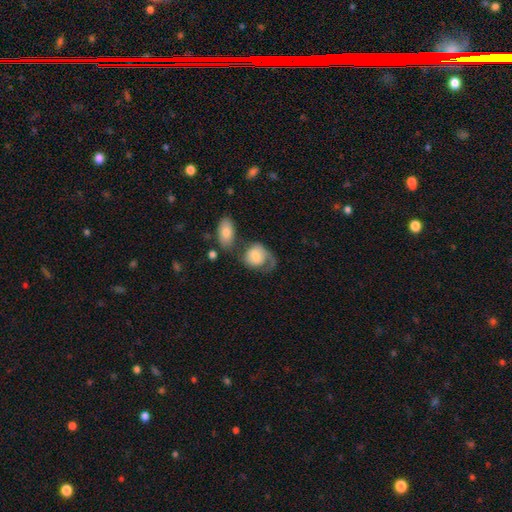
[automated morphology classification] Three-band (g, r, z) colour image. It shows a smooth galaxy with no disk features (52%) that is round (52%). Merging: major disturbance (35%).